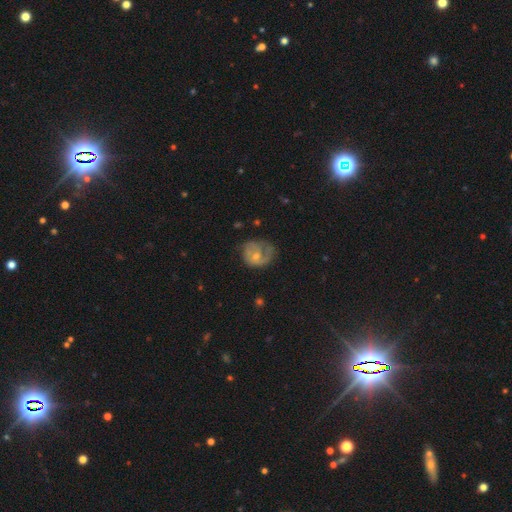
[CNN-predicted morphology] Smooth or featured? Predicted: featured or disk (p=0.58). Edge-on disk? Predicted: no (p=0.98). Bar? Predicted: no (p=0.67). Spiral arms? Predicted: yes (p=0.76). Bulge size? Predicted: small (p=0.47). Merging? Predicted: none (p=0.47).